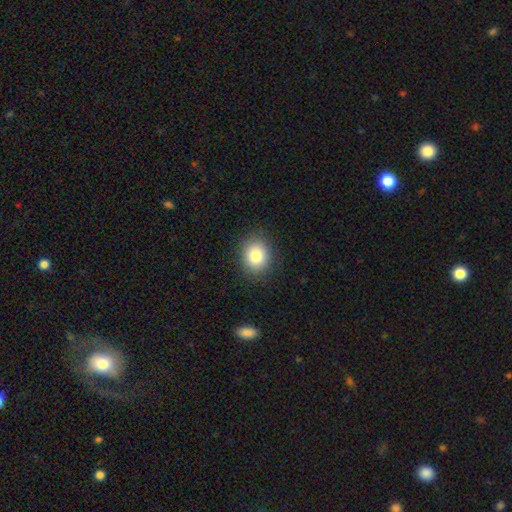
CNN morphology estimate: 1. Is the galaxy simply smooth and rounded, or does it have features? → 82% smooth, 10% star or artifact, 8% featured or disk.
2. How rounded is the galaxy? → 63% round, 36% in between, 1% cigar-shaped.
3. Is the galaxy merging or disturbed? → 87% none, 10% minor disturbance, 3% major disturbance, 1% merger.